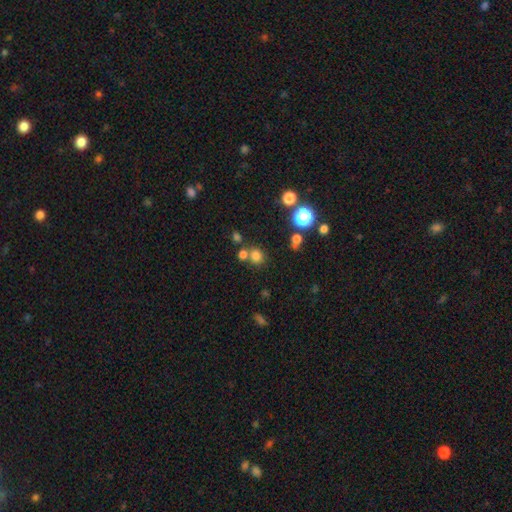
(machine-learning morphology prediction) Smooth or featured? Predicted: smooth (p=0.74). How rounded? Predicted: round (p=0.82). Merging? Predicted: none (p=0.66).